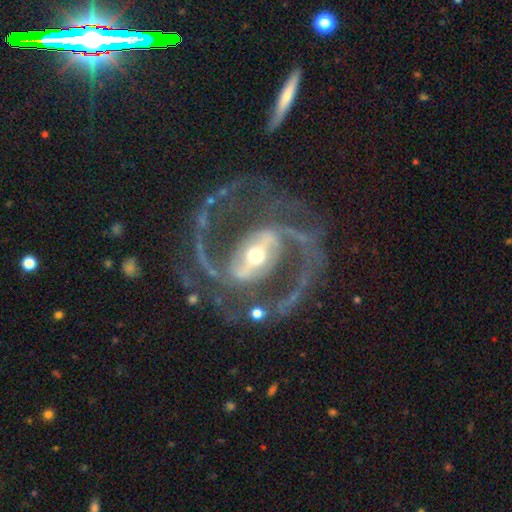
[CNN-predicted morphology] Smooth or featured? Predicted: featured or disk (p=0.93). Edge-on disk? Predicted: no (p=0.97). Bar? Predicted: strong (p=0.71). Spiral arms? Predicted: yes (p=0.97). Spiral winding? Predicted: medium (p=0.57). Spiral arm count? Predicted: 2 (p=0.87). Bulge size? Predicted: moderate (p=0.57). Merging? Predicted: none (p=0.72).